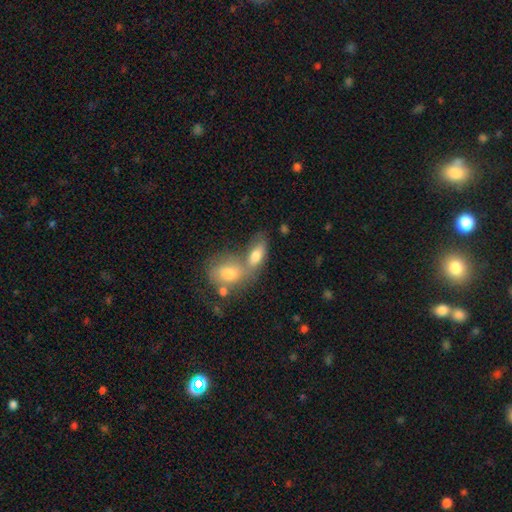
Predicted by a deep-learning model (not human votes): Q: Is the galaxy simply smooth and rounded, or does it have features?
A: smooth — 76%.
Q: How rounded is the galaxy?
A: in between — 83%.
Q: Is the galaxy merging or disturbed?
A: merger — 53%.